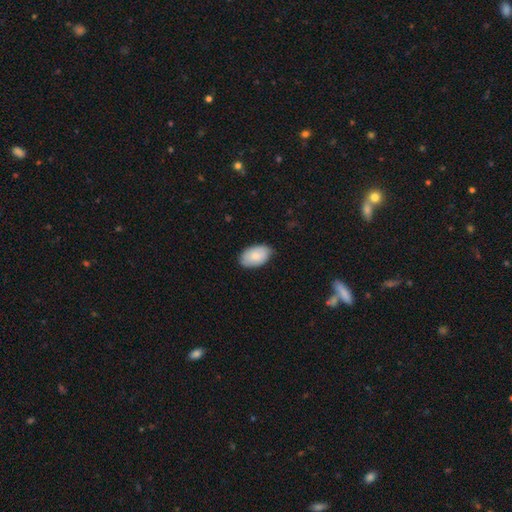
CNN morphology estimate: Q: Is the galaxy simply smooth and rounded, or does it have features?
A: smooth — 83%.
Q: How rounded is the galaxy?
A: in between — 93%.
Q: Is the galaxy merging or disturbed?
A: none — 81%.